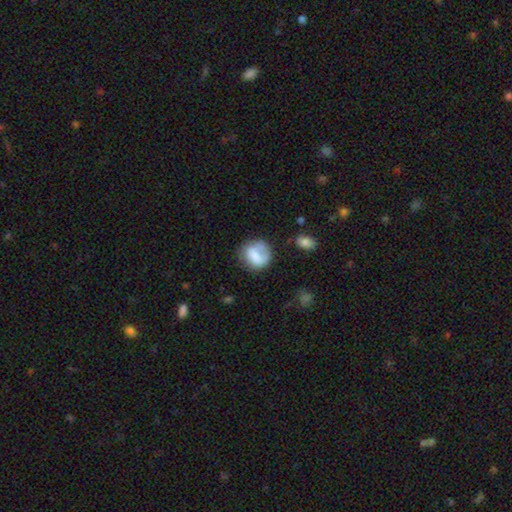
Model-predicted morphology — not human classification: Smooth or featured?
  - smooth: 67% *
  - featured or disk: 24%
  - star or artifact: 8%
How rounded?
  - round: 76% *
  - in between: 23%
  - cigar-shaped: 1%
Merging?
  - none: 54% *
  - minor disturbance: 25%
  - major disturbance: 16%
  - merger: 5%